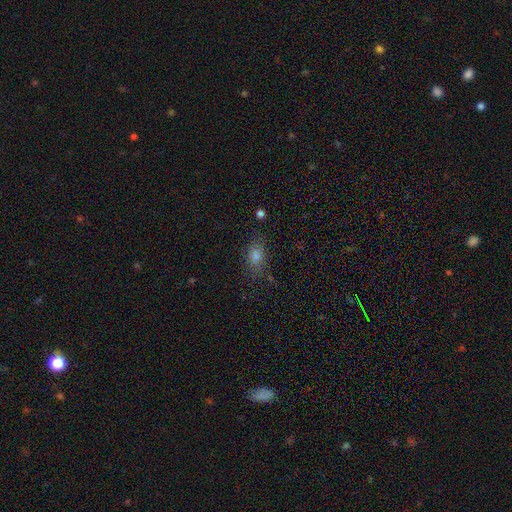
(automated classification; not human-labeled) Overall: smooth (69%). How rounded: in between (73%). Merging: none (77%).